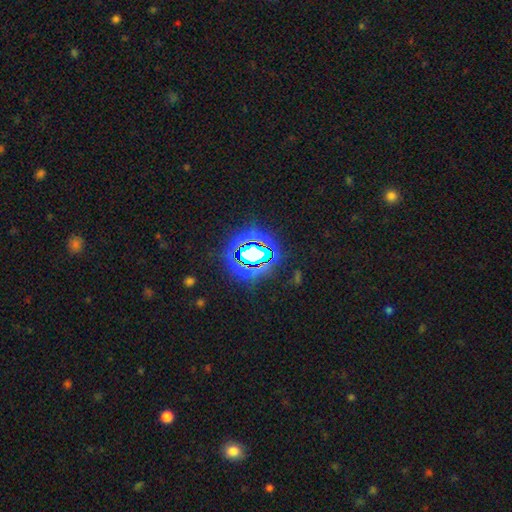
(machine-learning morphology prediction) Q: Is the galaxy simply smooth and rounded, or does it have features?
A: star or artifact — 69%.